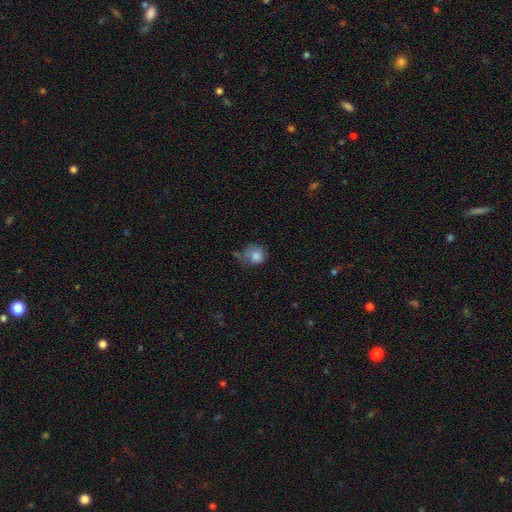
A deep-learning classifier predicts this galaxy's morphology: Q: Smooth or featured?
A: smooth (81%); runner-up: featured or disk (9%)
Q: How rounded?
A: round (75%); runner-up: in between (24%)
Q: Merging?
A: none (42%); runner-up: minor disturbance (34%)